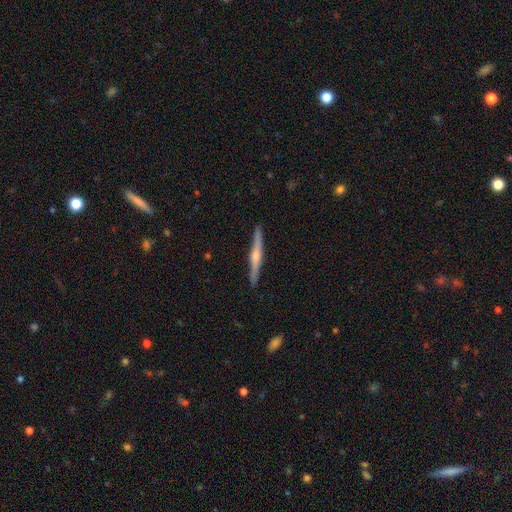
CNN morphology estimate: Smooth or featured?
  - featured or disk: 71% *
  - smooth: 23%
  - star or artifact: 5%
Edge-on disk?
  - yes: 98% *
  - no: 2%
Edge-on bulge?
  - rounded: 83% *
  - none: 10%
  - boxy: 6%
Merging?
  - none: 91% *
  - minor disturbance: 6%
  - major disturbance: 1%
  - merger: 1%